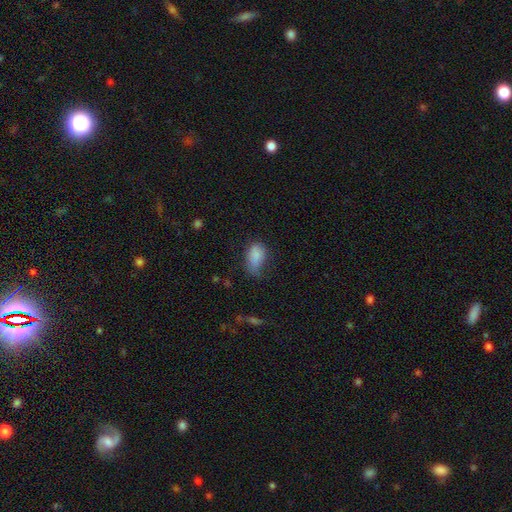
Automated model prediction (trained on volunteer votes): Smooth or featured: smooth — 84% (star or artifact — 9%)
How rounded: in between — 90% (round — 6%)
Merging: none — 40% (minor disturbance — 39%)